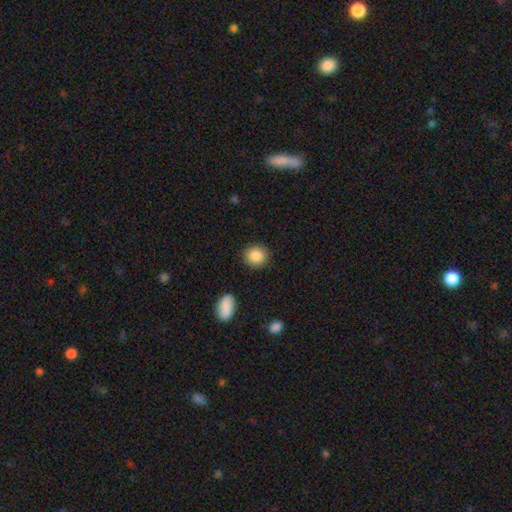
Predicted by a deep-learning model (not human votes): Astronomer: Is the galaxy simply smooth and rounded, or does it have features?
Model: smooth — 87%.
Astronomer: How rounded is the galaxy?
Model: round — 88%.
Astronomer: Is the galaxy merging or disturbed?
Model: none — 90%.